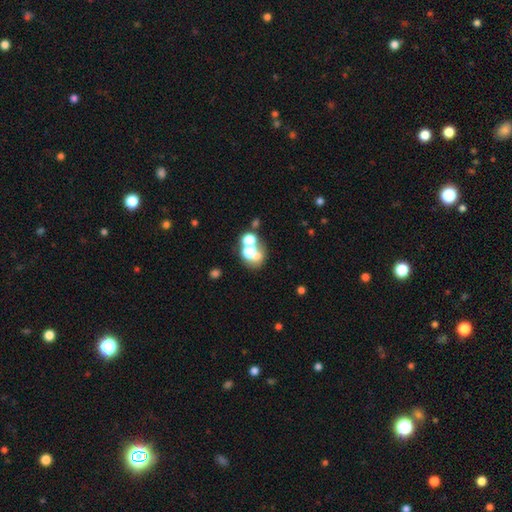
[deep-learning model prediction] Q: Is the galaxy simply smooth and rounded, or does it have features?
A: smooth — 55%.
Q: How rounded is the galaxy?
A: round — 61%.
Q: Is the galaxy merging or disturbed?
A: merger — 51%.